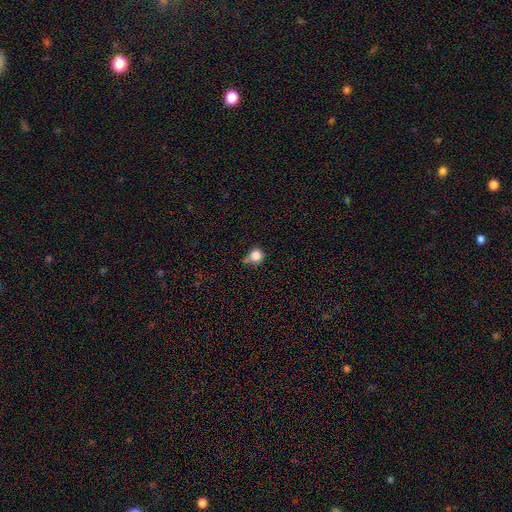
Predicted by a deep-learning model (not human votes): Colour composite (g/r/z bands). It shows a smooth galaxy with no disk features (83%) that is round (86%). Merging: none (48%).